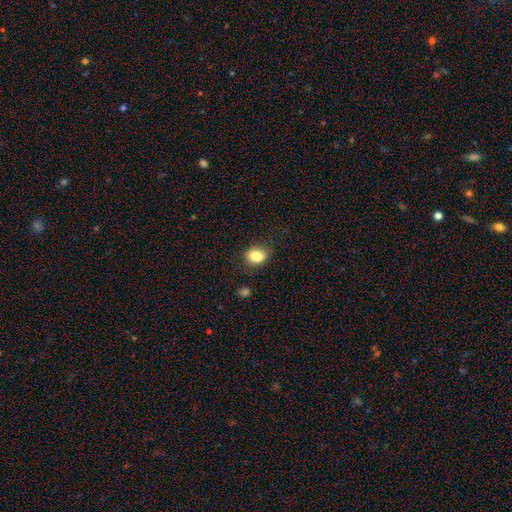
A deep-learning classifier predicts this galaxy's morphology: A smooth galaxy with no disk features (84%) that is in between round and cigar-shaped (56%).

Vote fractions:
- Smooth or featured? smooth: 84% / star or artifact: 10% / featured or disk: 6%
- How rounded? in between: 56% / round: 42% / cigar-shaped: 1%
- Merging? none: 73% / minor disturbance: 20% / major disturbance: 5% / merger: 2%